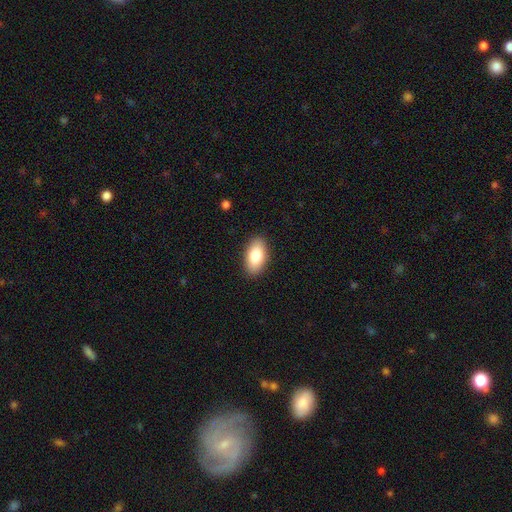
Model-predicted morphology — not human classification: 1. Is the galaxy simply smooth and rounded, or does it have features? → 82% smooth, 12% featured or disk, 6% star or artifact.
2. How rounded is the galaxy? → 93% in between, 4% round, 3% cigar-shaped.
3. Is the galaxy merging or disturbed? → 89% none, 8% minor disturbance, 2% major disturbance, 1% merger.